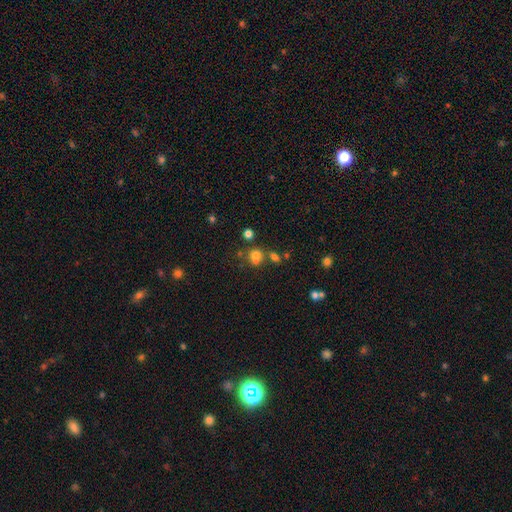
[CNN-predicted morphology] smooth_or_featured: smooth (p=0.71) [alt: star or artifact p=0.18]
how_rounded: round (p=0.76) [alt: in between p=0.23]
merging: none (p=0.51) [alt: merger p=0.32]